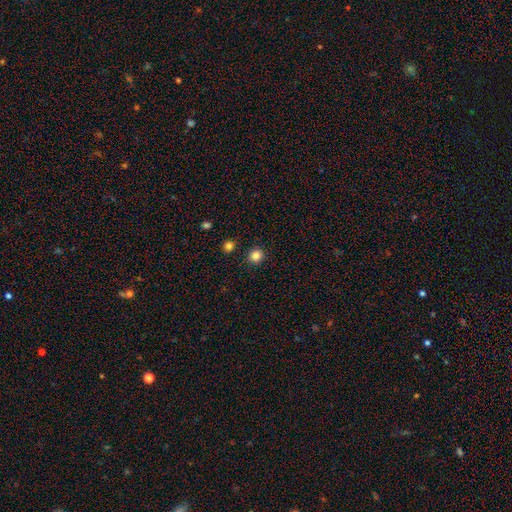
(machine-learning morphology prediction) smooth-or-featured: smooth: 85% | star or artifact: 12% | featured or disk: 3%
  how-rounded: round: 90% | in between: 9% | cigar-shaped: 1%
  merging: none: 90% | minor disturbance: 5% | merger: 2% | major disturbance: 2%